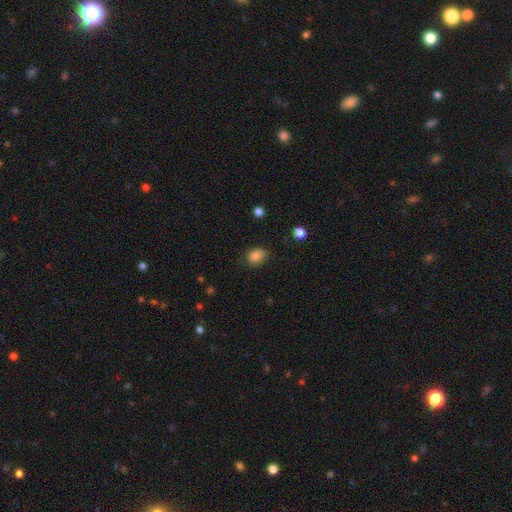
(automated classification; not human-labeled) This appears to be a smooth galaxy with no disk features (84%) that is in between round and cigar-shaped (64%). Merging: none (73%).